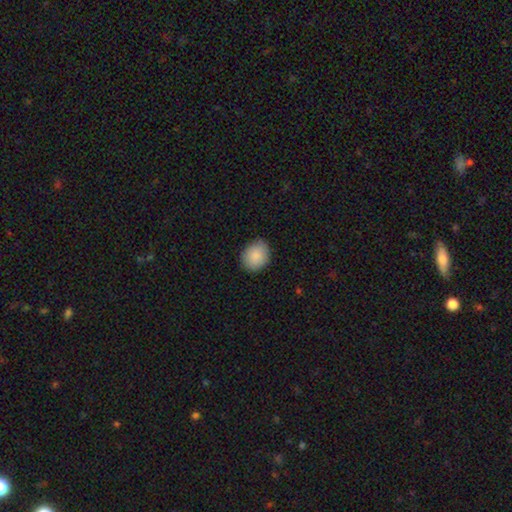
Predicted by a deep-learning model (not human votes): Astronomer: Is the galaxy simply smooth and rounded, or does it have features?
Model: smooth — 89%.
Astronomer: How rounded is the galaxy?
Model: round — 50% (runner-up: in between, 49%).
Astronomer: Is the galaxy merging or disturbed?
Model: none — 84%.